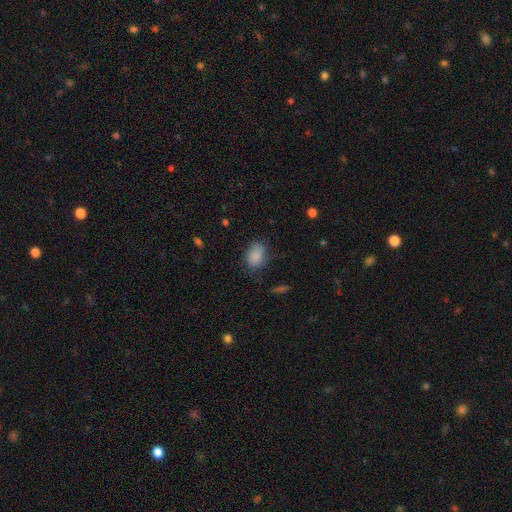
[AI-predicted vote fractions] Smooth or featured?
  - smooth: 87% *
  - star or artifact: 9%
  - featured or disk: 5%
How rounded?
  - in between: 78% *
  - round: 20%
  - cigar-shaped: 1%
Merging?
  - none: 71% *
  - minor disturbance: 21%
  - major disturbance: 6%
  - merger: 2%